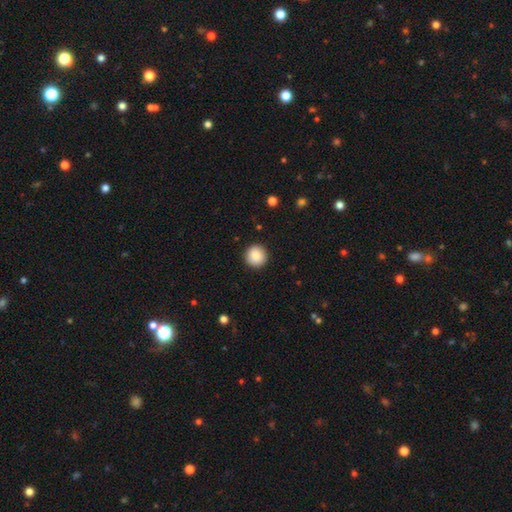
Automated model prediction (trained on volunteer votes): Morphology: type=smooth (88%); roundness=round (95%); merging=none (92%).